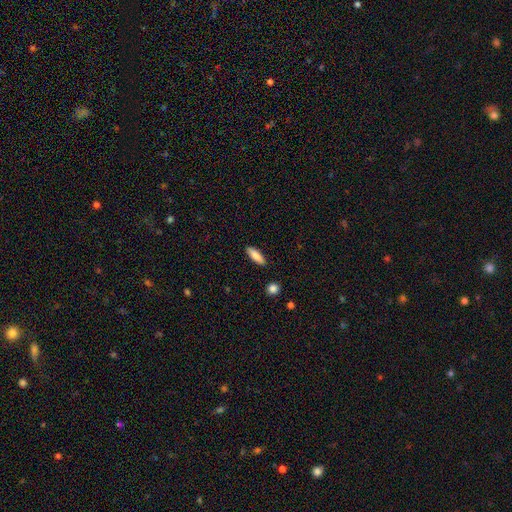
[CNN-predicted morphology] Smooth or featured? Predicted: smooth (p=0.83). How rounded? Predicted: in between (p=0.52). Merging? Predicted: none (p=0.89).